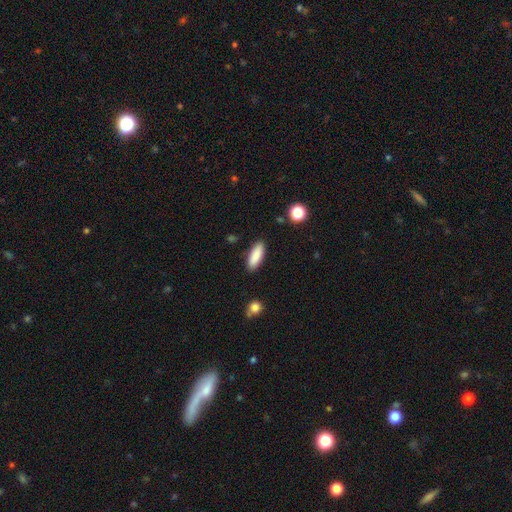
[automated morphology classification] Q: Smooth or featured?
A: smooth (88%); runner-up: star or artifact (6%)
Q: How rounded?
A: in between (61%); runner-up: cigar-shaped (37%)
Q: Merging?
A: none (88%); runner-up: minor disturbance (9%)